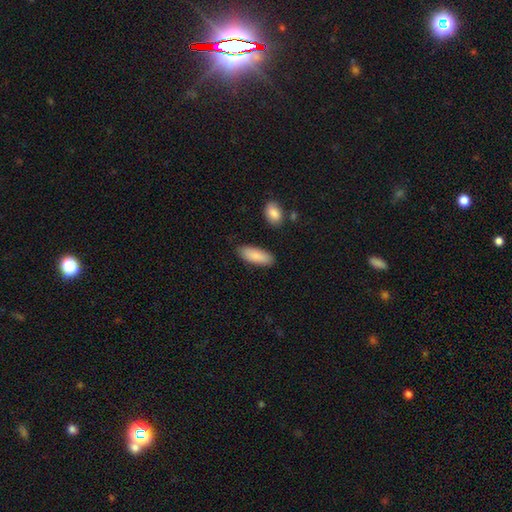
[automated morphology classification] Overall: smooth (88%). How rounded: in between (73%). Merging: none (86%).